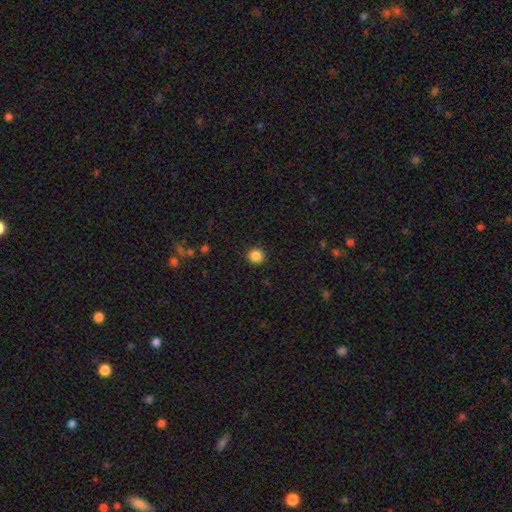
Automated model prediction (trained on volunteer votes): Smooth or featured: smooth — 86% (star or artifact — 10%)
How rounded: round — 90% (in between — 9%)
Merging: none — 91% (minor disturbance — 6%)